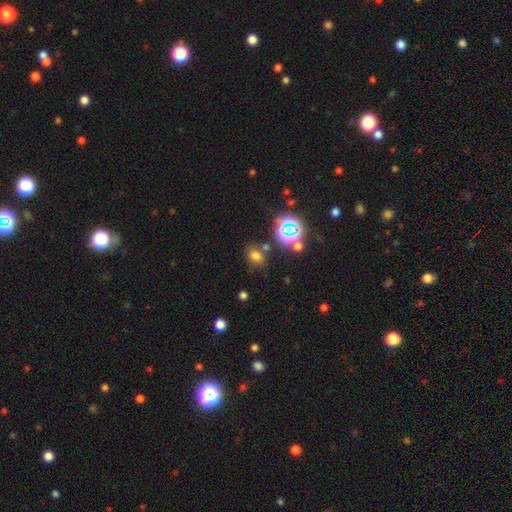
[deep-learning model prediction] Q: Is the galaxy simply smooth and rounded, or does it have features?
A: smooth — 64%.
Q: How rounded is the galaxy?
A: in between — 55%.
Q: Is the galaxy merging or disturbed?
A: none — 72%.